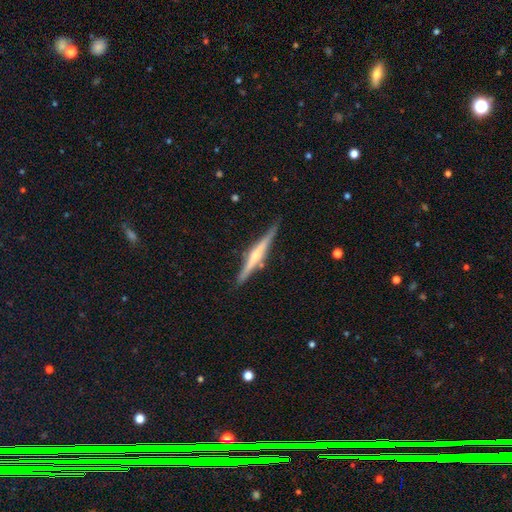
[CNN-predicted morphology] This is likely a featured or disk galaxy (68%). It is clearly viewed edge-on (98%). Edge-on bulge: likely rounded (66%). Merging: clearly none (85%).